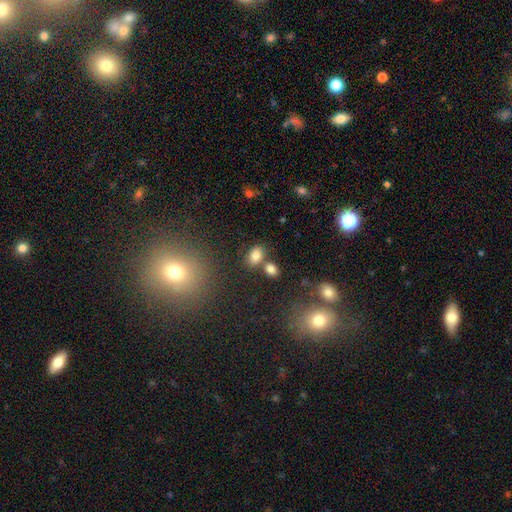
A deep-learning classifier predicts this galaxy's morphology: A smooth galaxy with no disk features (81%) that is in between round and cigar-shaped (83%). Merging: none (64%).